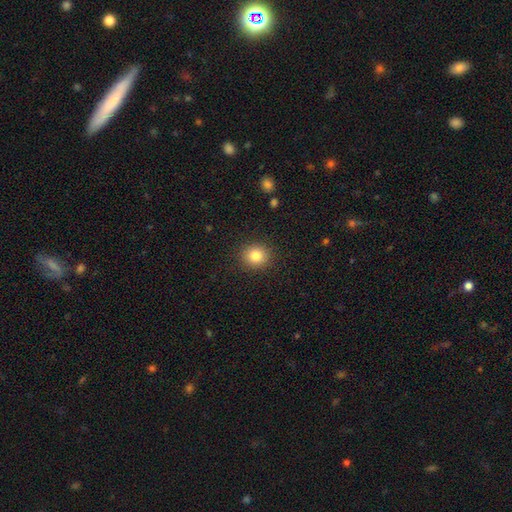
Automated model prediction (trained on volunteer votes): A smooth galaxy with no disk features (83%) that is round (84%). Merging: none (90%).